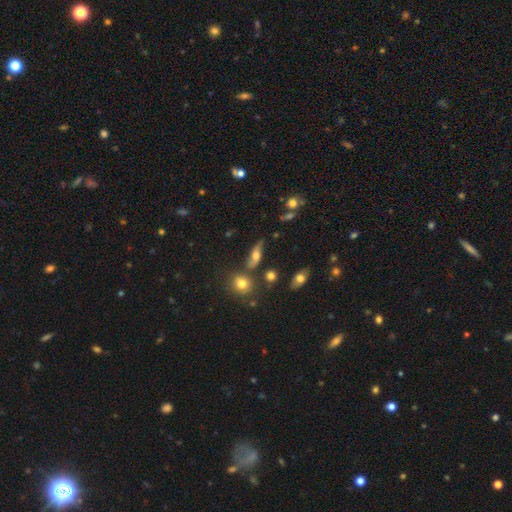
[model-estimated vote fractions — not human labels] Smooth or featured: featured or disk — 46% (smooth — 42%)
Merging: none — 60% (minor disturbance — 21%)